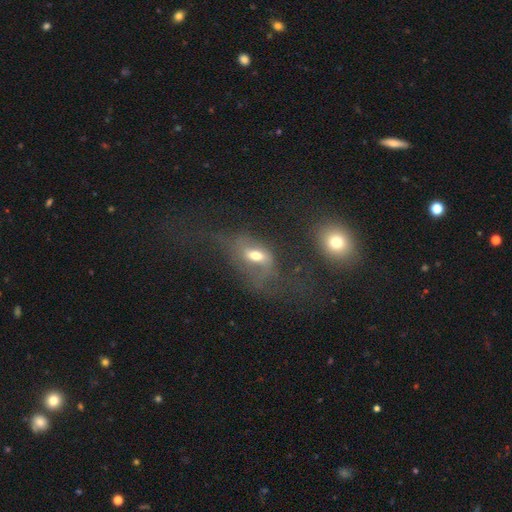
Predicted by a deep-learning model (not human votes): Smooth or featured?
  - smooth: 48% *
  - featured or disk: 38%
  - star or artifact: 14%
Merging?
  - major disturbance: 44% *
  - none: 30%
  - minor disturbance: 18%
  - merger: 8%